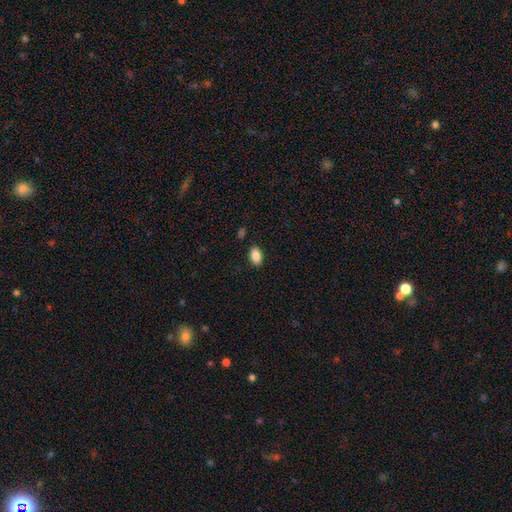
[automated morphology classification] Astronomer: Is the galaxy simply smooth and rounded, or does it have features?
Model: smooth — 87%.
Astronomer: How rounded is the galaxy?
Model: in between — 90%.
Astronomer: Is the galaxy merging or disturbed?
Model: none — 87%.